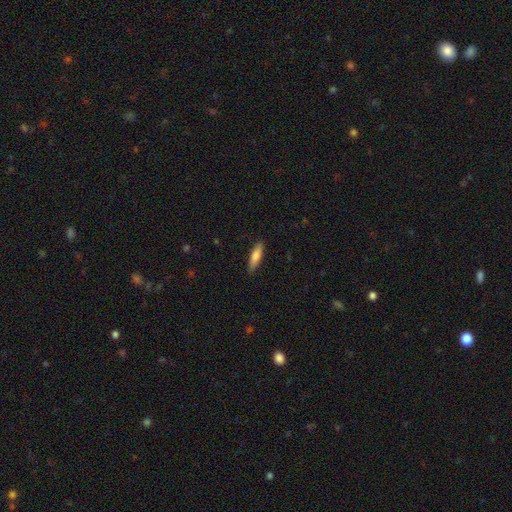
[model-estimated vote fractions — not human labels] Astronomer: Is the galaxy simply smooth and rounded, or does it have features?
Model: smooth — 76%.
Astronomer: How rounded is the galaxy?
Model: cigar-shaped — 67%.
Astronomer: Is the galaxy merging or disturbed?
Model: none — 86%.